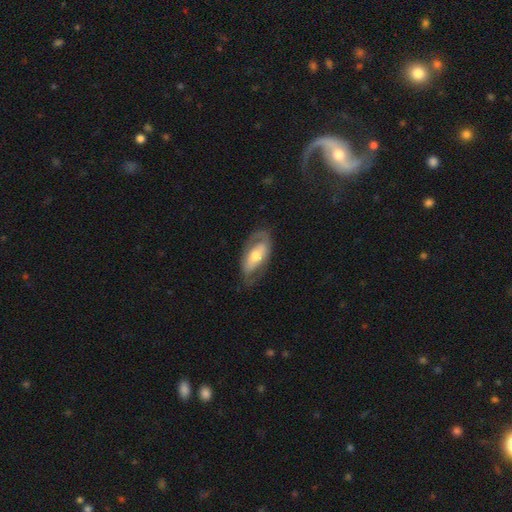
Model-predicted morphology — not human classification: This appears to be a featured or disk galaxy (61%) with no bar (46%), spiral arms (59%) and a moderate central bulge (64%). Merging: none (67%).